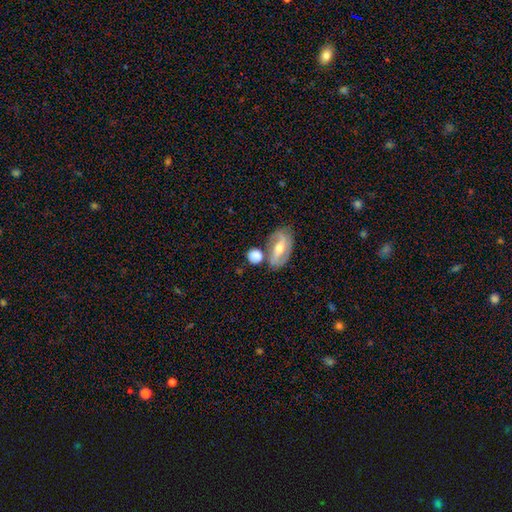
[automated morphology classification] Smooth or featured: smooth — 58% (featured or disk — 34%)
How rounded: round — 52% (in between — 44%)
Merging: none — 57% (merger — 22%)